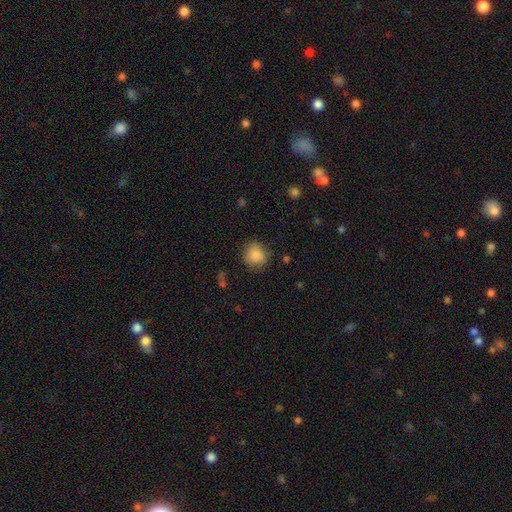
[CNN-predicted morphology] Smooth or featured? smooth (87%)
How rounded? round (83%)
Merging? none (80%)